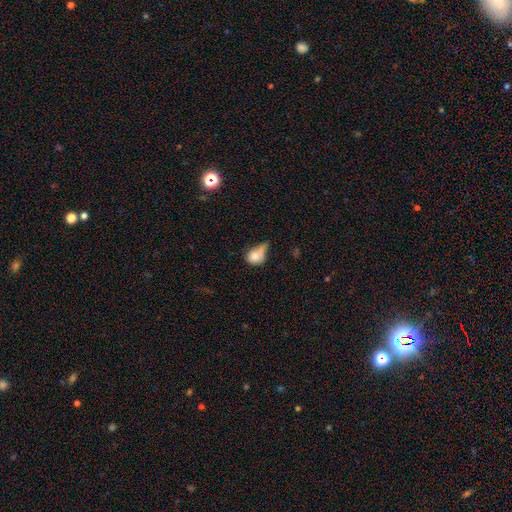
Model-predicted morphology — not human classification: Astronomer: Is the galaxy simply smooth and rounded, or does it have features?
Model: smooth — 71%.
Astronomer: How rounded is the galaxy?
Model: round — 49% (runner-up: in between, 48%).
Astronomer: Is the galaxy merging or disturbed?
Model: minor disturbance — 29% (runner-up: major disturbance, 27%).